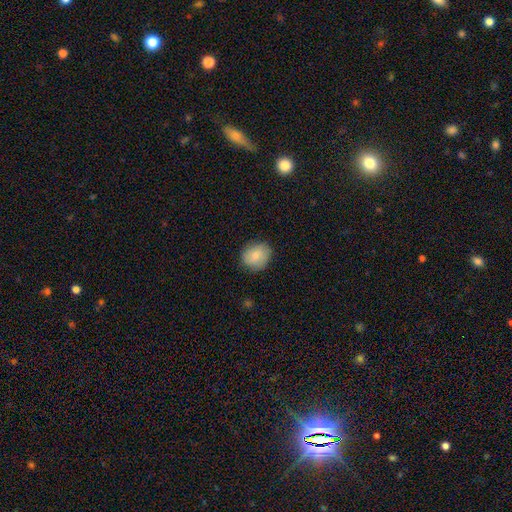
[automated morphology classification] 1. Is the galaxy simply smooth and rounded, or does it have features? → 83% smooth, 10% featured or disk, 7% star or artifact.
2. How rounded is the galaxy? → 72% round, 27% in between, 1% cigar-shaped.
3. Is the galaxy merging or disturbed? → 82% none, 14% minor disturbance, 3% major disturbance, 1% merger.